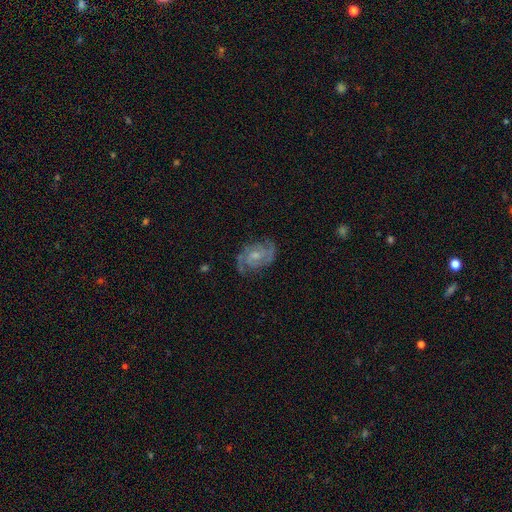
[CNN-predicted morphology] This is clearly a featured or disk galaxy (82%). It is clearly not viewed edge-on (97%). Bar: possibly no (58%). Spiral arm pattern: clearly yes (95%). Spiral arm count: likely 2 (73%). Spiral winding: possibly medium (46%). Central bulge: possibly small (50%). Merging: likely none (74%).